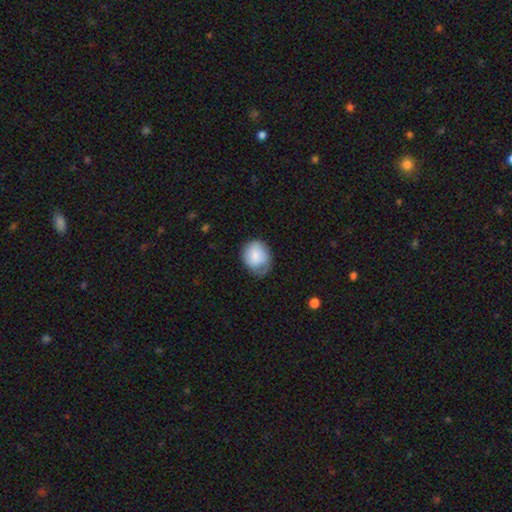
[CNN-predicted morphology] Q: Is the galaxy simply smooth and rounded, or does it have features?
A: smooth — 80%.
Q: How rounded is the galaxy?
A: round — 51%.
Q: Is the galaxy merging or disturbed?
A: none — 48%.